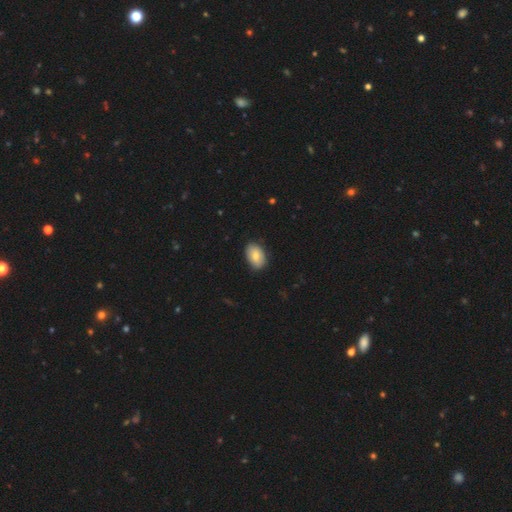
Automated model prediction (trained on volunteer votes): Overall: smooth (79%). How rounded: in between (90%). Merging: none (83%).